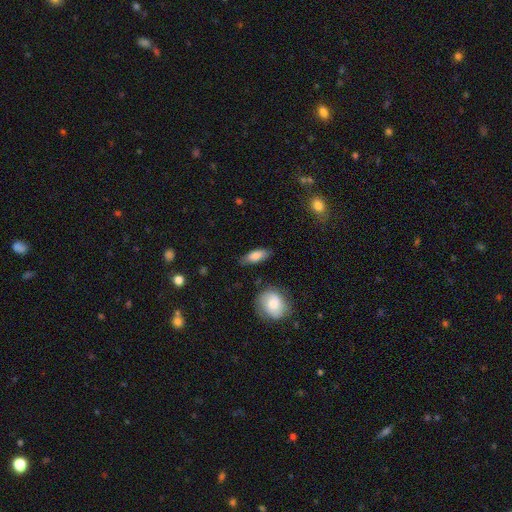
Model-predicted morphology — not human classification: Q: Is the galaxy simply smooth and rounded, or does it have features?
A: smooth — 81%.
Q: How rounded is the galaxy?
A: in between — 76%.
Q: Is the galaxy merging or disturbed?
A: none — 77%.